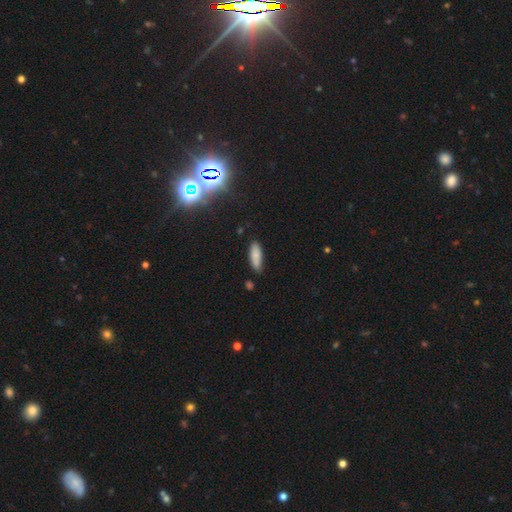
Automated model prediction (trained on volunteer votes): Morphology: type=smooth (81%); roundness=in between (61%); merging=none (74%).